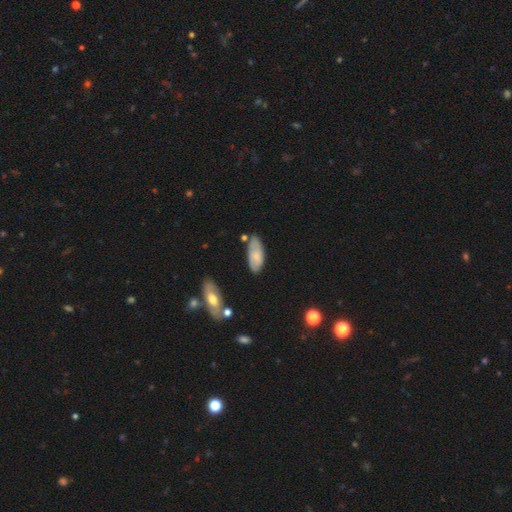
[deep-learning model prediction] smooth 69%, featured or disk 24%, star or artifact 6%. Down the decision tree: how rounded — in between (84%); merging — none (69%).